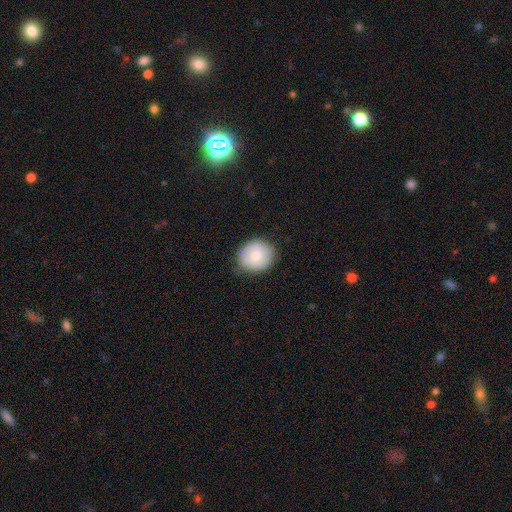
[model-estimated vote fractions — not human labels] Q: Smooth or featured?
A: smooth (75%); runner-up: featured or disk (18%)
Q: How rounded?
A: round (78%); runner-up: in between (21%)
Q: Merging?
A: none (80%); runner-up: minor disturbance (16%)